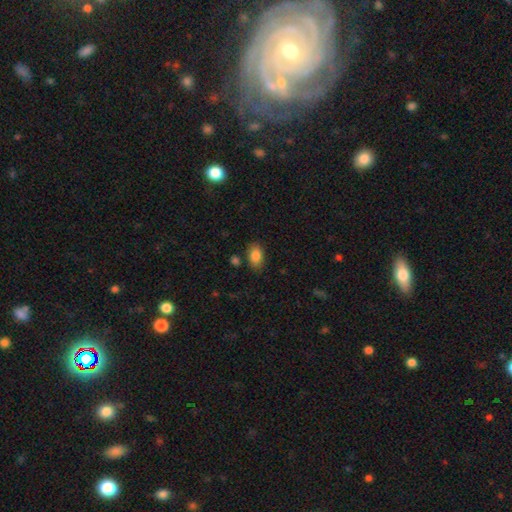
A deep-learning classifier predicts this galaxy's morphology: A smooth galaxy with no disk features (85%) that is in between round and cigar-shaped (89%). Merging: none (82%).